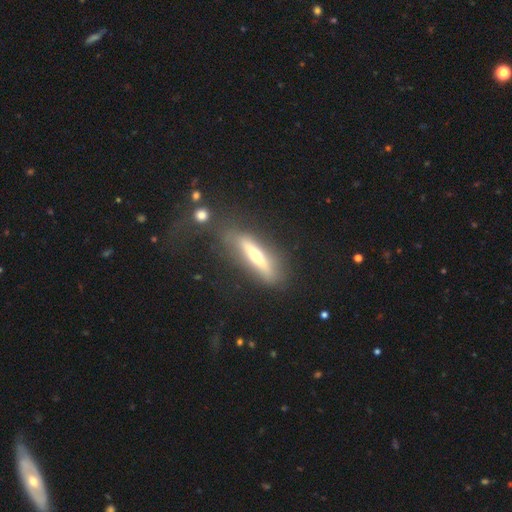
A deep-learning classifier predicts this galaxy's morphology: Smooth or featured? Predicted: featured or disk (p=0.58). Edge-on disk? Predicted: yes (p=0.83). Merging? Predicted: none (p=0.62).